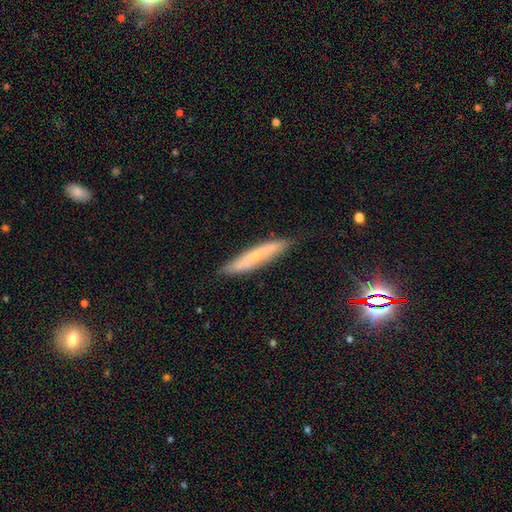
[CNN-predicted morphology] smooth-or-featured: featured or disk: 47% | smooth: 43% | star or artifact: 9%
  merging: none: 82% | minor disturbance: 14% | major disturbance: 2% | merger: 1%